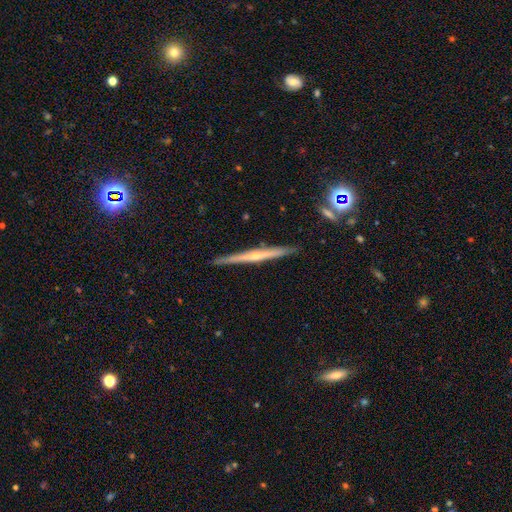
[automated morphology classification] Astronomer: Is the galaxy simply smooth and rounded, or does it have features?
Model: featured or disk — 76%.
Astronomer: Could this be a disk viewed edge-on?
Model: yes — 98%.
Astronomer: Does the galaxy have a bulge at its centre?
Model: rounded — 73%.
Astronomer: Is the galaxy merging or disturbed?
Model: none — 91%.